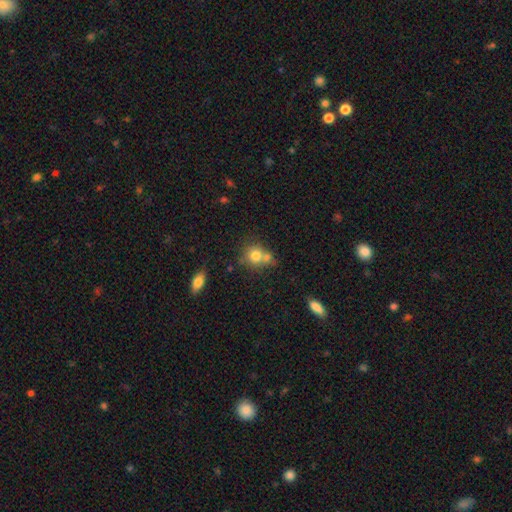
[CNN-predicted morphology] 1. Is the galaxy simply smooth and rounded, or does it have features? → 77% smooth, 12% featured or disk, 11% star or artifact.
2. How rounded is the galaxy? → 82% round, 17% in between, 1% cigar-shaped.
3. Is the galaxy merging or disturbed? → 46% none, 39% merger, 11% minor disturbance, 4% major disturbance.